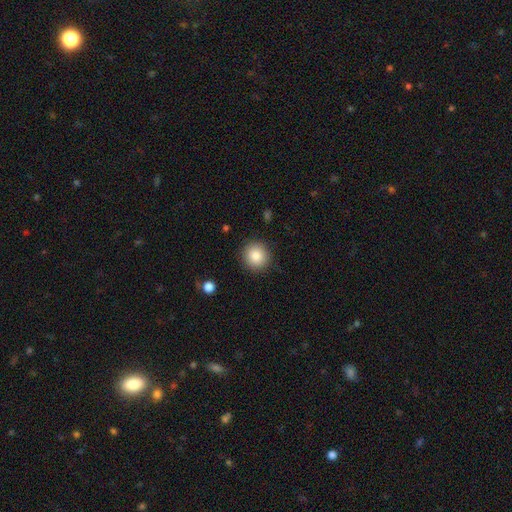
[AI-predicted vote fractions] smooth-or-featured: smooth: 85% | star or artifact: 9% | featured or disk: 6%
  how-rounded: round: 93% | in between: 6% | cigar-shaped: 1%
  merging: none: 90% | minor disturbance: 7% | major disturbance: 2% | merger: 1%